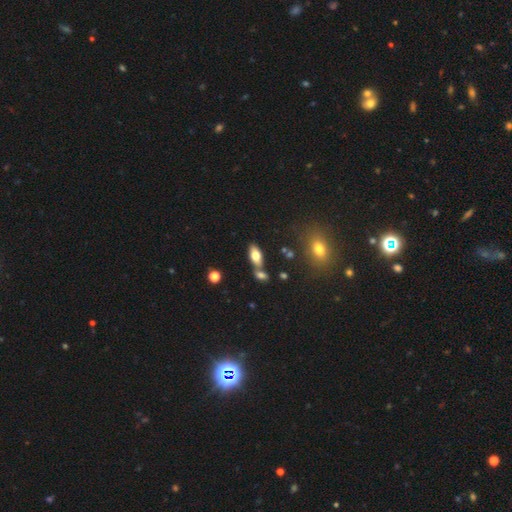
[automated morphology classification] Overall: smooth (73%). How rounded: in between (86%). Merging: none (56%; merger 28%).